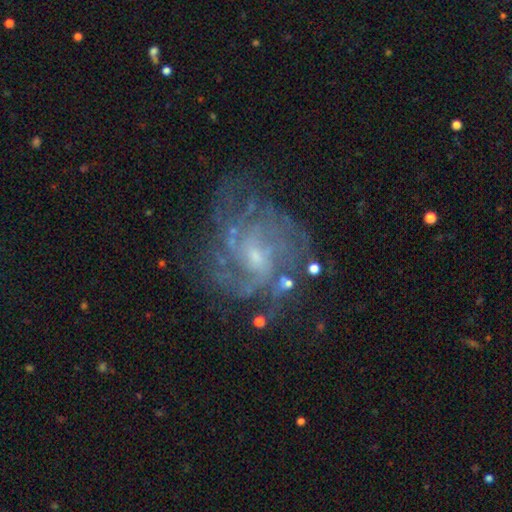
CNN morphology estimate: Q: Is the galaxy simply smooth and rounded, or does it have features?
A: featured or disk — 82%.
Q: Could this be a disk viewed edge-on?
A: no — 98%.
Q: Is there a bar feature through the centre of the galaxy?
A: no — 52%.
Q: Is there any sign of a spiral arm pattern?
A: yes — 90%.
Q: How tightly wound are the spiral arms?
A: tight — 44%.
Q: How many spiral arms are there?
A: can't tell — 36%.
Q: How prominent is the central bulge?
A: small — 68%.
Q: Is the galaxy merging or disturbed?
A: none — 65%.